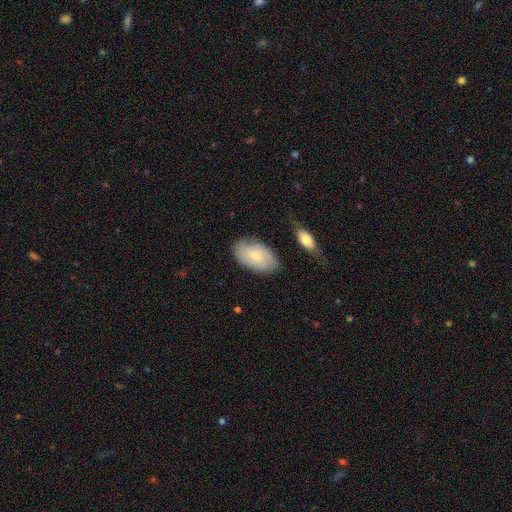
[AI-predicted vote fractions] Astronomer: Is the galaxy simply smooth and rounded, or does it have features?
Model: smooth — 64%.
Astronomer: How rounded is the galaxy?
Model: in between — 93%.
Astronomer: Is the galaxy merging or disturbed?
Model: none — 74%.